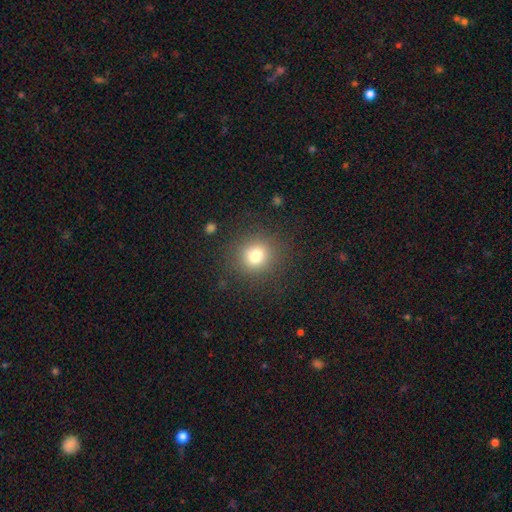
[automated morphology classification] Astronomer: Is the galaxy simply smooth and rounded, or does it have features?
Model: smooth — 77%.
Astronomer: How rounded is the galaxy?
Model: round — 87%.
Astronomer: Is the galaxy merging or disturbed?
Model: none — 86%.